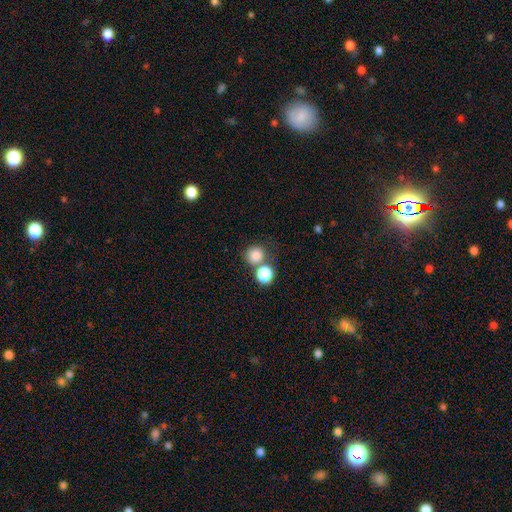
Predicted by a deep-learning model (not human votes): Q: Smooth or featured?
A: smooth (82%); runner-up: star or artifact (11%)
Q: How rounded?
A: round (89%); runner-up: in between (10%)
Q: Merging?
A: none (54%); runner-up: merger (35%)